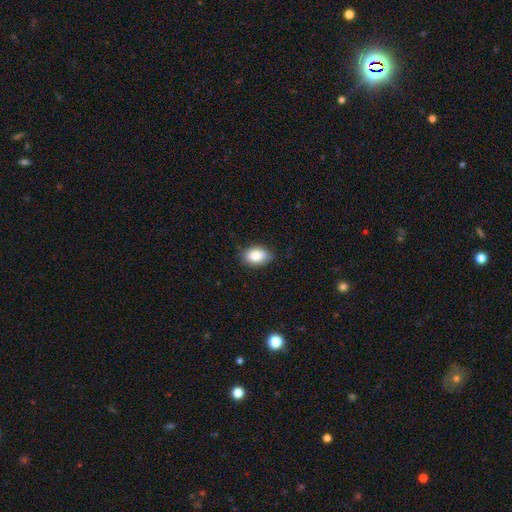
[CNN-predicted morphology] Q: Smooth or featured?
A: smooth (85%); runner-up: star or artifact (8%)
Q: How rounded?
A: in between (85%); runner-up: round (14%)
Q: Merging?
A: none (78%); runner-up: minor disturbance (18%)